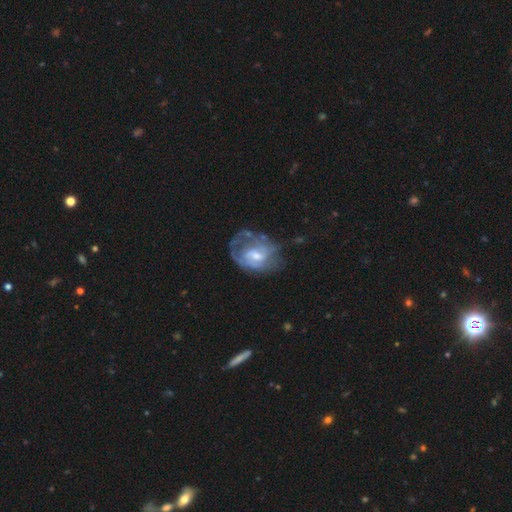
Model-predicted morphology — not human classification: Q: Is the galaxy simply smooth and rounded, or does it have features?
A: featured or disk — 72%.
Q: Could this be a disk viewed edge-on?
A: no — 97%.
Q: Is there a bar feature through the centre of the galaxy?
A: weak — 46%.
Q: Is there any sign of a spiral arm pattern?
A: yes — 68%.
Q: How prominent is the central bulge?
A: moderate — 52%.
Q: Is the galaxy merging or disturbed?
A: none — 42%.